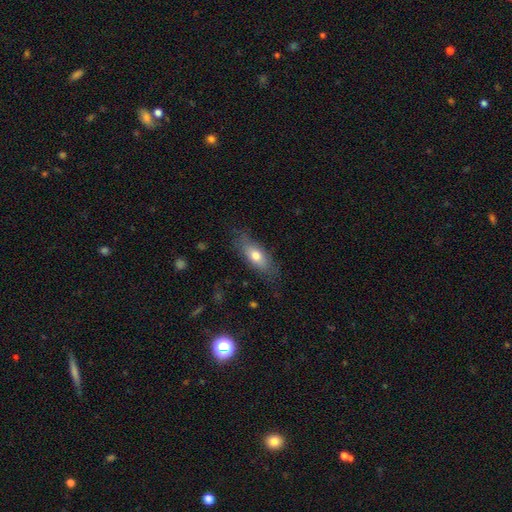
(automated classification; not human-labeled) This is likely a smooth galaxy (70%). How rounded: likely in between (73%). Merging: likely none (75%).